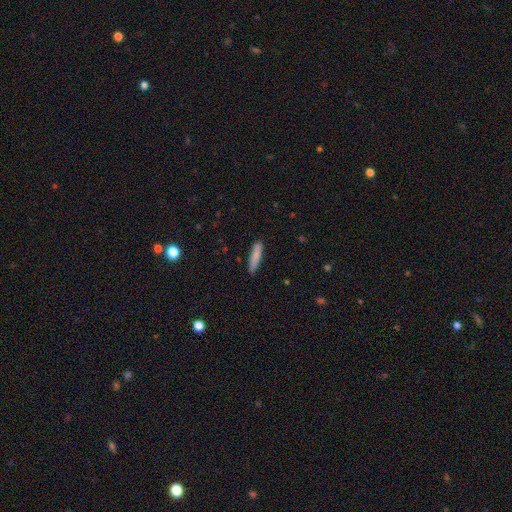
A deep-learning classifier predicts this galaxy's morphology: Smooth or featured? Predicted: smooth (p=0.82). How rounded? Predicted: cigar-shaped (p=0.83). Merging? Predicted: none (p=0.83).